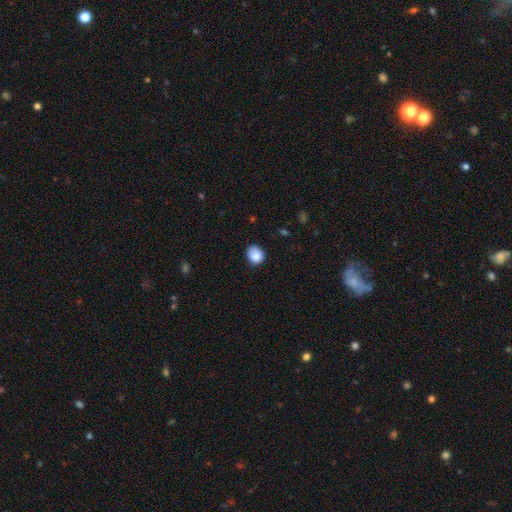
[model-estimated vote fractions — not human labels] Smooth or featured? smooth (85%)
How rounded? round (68%)
Merging? none (70%)